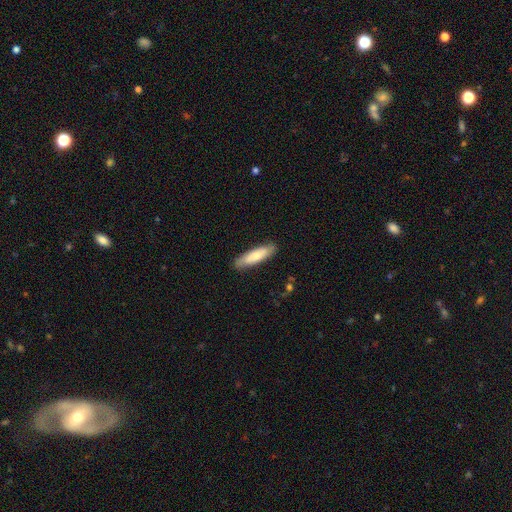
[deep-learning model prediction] smooth_or_featured: smooth (p=0.75) [alt: featured or disk p=0.20]
how_rounded: cigar-shaped (p=0.69) [alt: in between p=0.30]
merging: none (p=0.87) [alt: minor disturbance p=0.10]